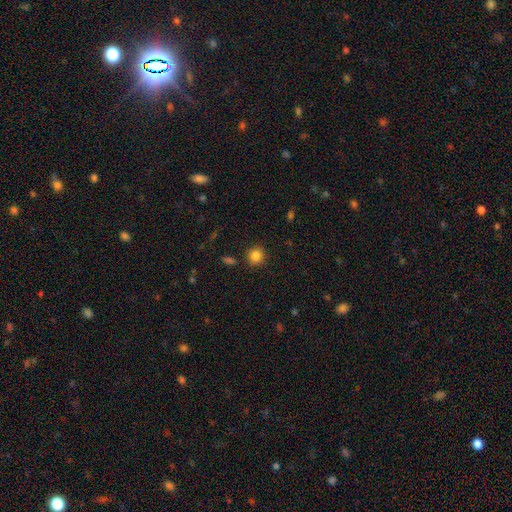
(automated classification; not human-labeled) The model was most divided on "smooth or featured": smooth: 85%, star or artifact: 11%, featured or disk: 4%. More confident: how rounded — round (90%); merging — none (88%).